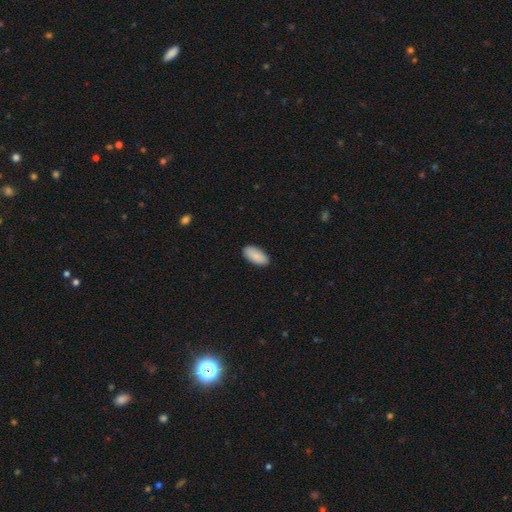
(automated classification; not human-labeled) Smooth or featured: smooth — 88% (featured or disk — 6%)
How rounded: in between — 93% (cigar-shaped — 5%)
Merging: none — 88% (minor disturbance — 9%)